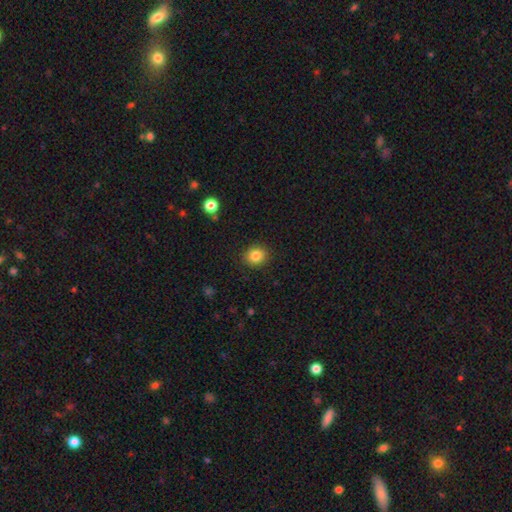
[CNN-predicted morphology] smooth-or-featured: smooth: 84% | star or artifact: 11% | featured or disk: 5%
  how-rounded: round: 76% | in between: 23% | cigar-shaped: 1%
  merging: none: 89% | minor disturbance: 7% | major disturbance: 2% | merger: 1%